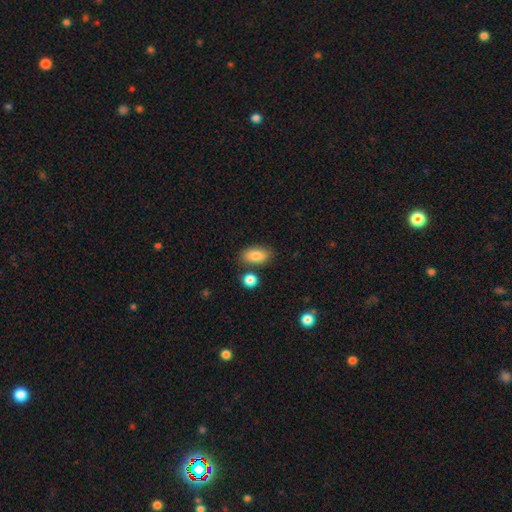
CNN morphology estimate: The model was most divided on "merging": none: 77%, minor disturbance: 12%, merger: 8%, major disturbance: 3%. More confident: how rounded — in between (90%); smooth or featured — smooth (83%).